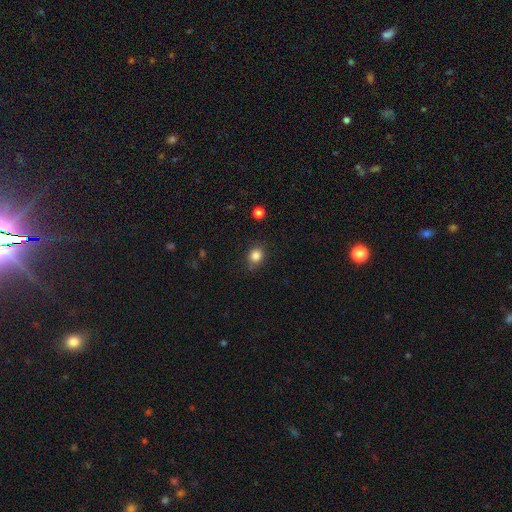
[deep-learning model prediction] Q: Smooth or featured?
A: smooth (84%); runner-up: star or artifact (11%)
Q: How rounded?
A: round (78%); runner-up: in between (21%)
Q: Merging?
A: none (80%); runner-up: minor disturbance (14%)